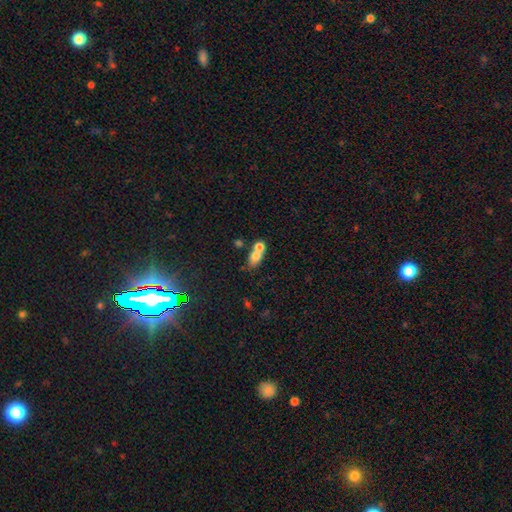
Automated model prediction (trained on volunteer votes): Smooth or featured? smooth (71%)
How rounded? in between (61%)
Merging? merger (64%)